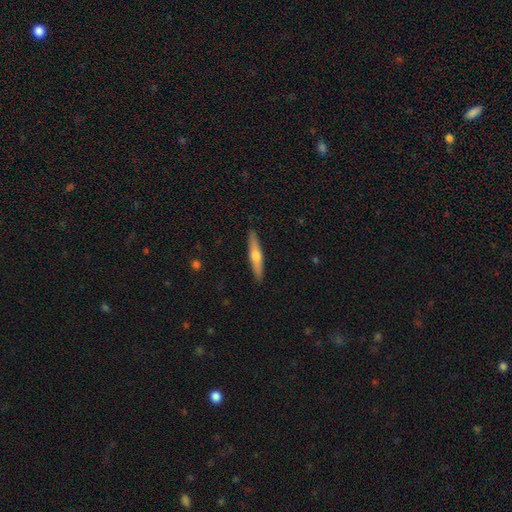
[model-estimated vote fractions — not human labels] Smooth or featured: featured or disk — 48% (smooth — 46%)
Merging: none — 91% (minor disturbance — 6%)